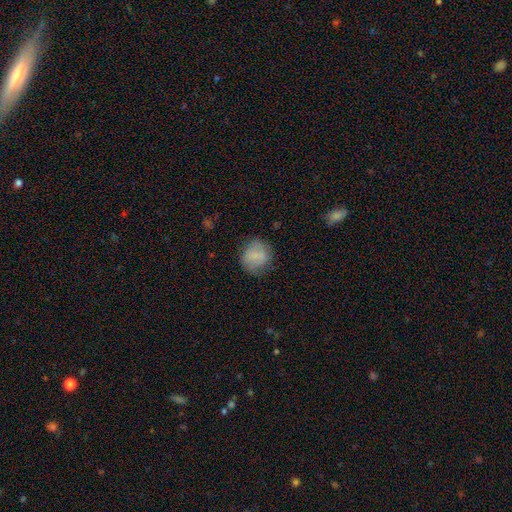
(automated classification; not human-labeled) Smooth or featured: smooth — 74% (featured or disk — 18%)
How rounded: round — 83% (in between — 16%)
Merging: none — 72% (minor disturbance — 19%)